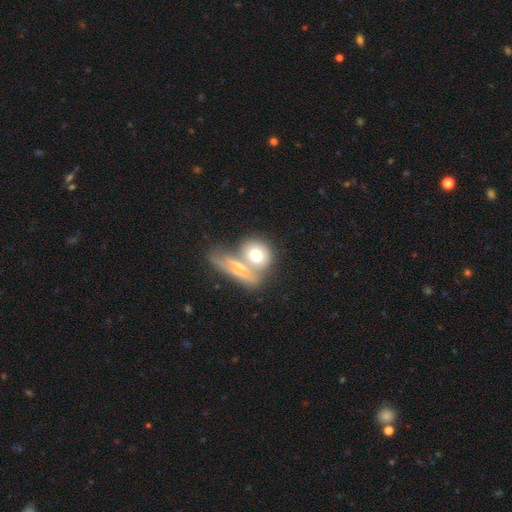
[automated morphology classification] This appears to be a smooth galaxy with no disk features (65%) that is round (48%). Merging: merger (58%).